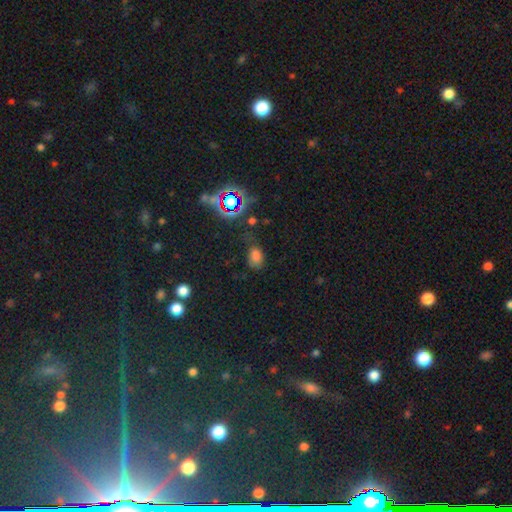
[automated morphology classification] This appears to be a smooth galaxy with no disk features (66%) that is in between round and cigar-shaped (80%). Merging: none (55%).